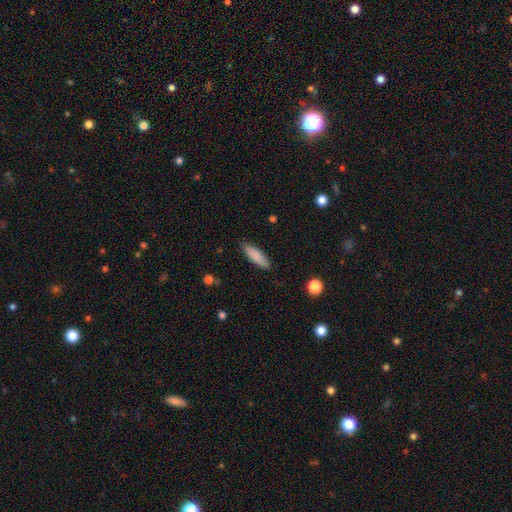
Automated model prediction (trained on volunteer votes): A smooth galaxy with no disk features (86%) that is cigar-shaped (53%).

Vote fractions:
- Smooth or featured? smooth: 86% / featured or disk: 8% / star or artifact: 6%
- How rounded? cigar-shaped: 53% / in between: 45% / round: 2%
- Merging? none: 86% / minor disturbance: 11% / major disturbance: 2% / merger: 1%